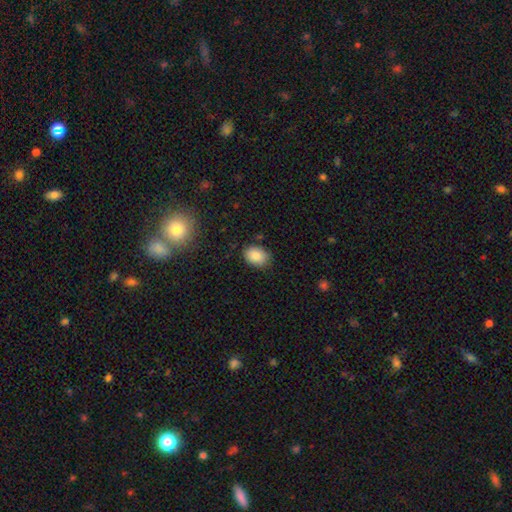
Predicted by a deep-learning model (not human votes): The model was most divided on "how rounded": in between: 70%, round: 29%, cigar-shaped: 1%. More confident: smooth or featured — smooth (86%); merging — none (84%).